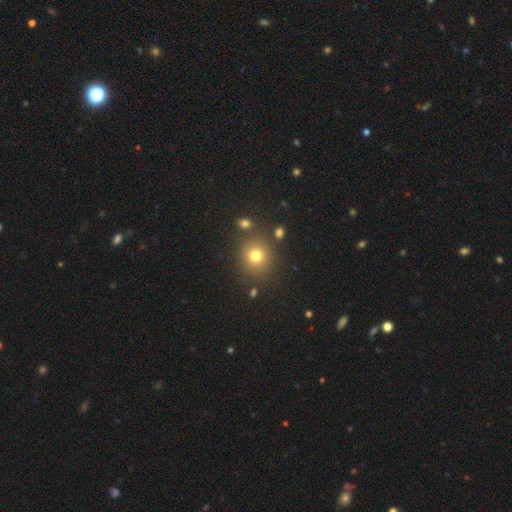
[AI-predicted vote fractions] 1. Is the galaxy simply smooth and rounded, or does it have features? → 75% smooth, 16% star or artifact, 9% featured or disk.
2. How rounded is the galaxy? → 85% round, 14% in between, 1% cigar-shaped.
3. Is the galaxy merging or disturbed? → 82% none, 9% minor disturbance, 6% merger, 3% major disturbance.